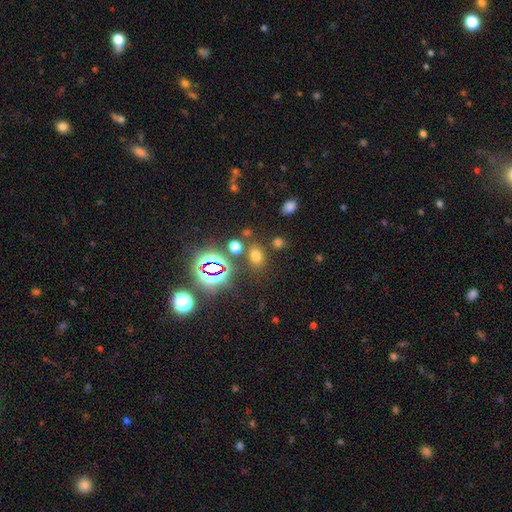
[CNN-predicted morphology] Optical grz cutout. It shows a smooth galaxy with no disk features (61%) that is in between round and cigar-shaped (65%). Merging: none (78%).